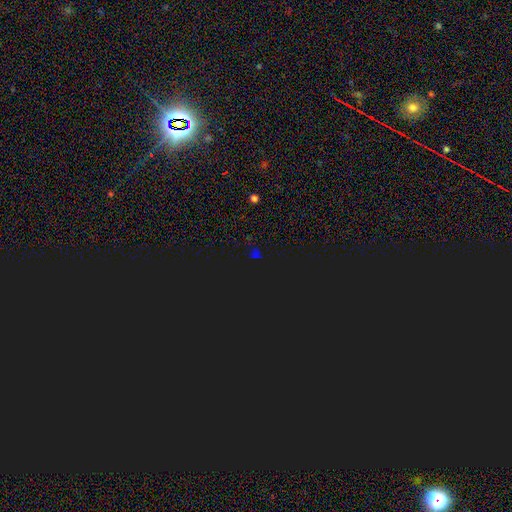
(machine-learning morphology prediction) Smooth or featured?
  - star or artifact: 72% *
  - smooth: 21%
  - featured or disk: 7%